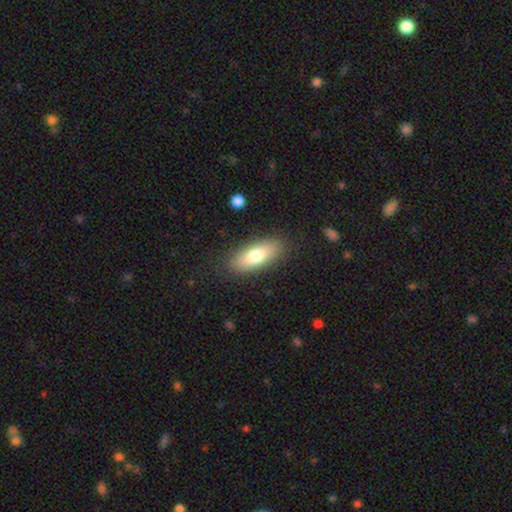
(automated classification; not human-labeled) Smooth or featured?
  - smooth: 74% *
  - featured or disk: 19%
  - star or artifact: 7%
How rounded?
  - in between: 75% *
  - cigar-shaped: 22%
  - round: 3%
Merging?
  - none: 86% *
  - minor disturbance: 10%
  - major disturbance: 3%
  - merger: 1%